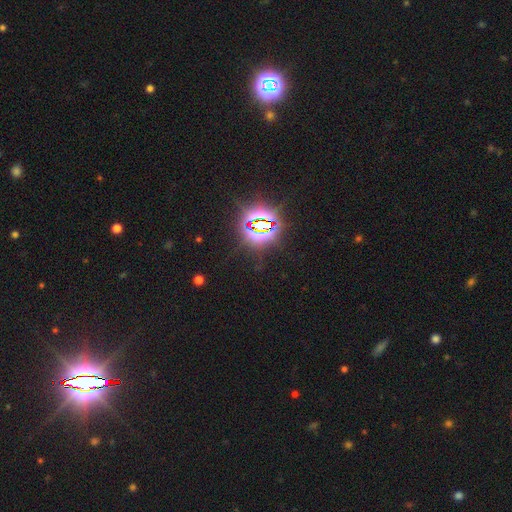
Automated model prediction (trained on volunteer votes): The model was most divided on "smooth or featured": star or artifact: 83%, smooth: 10%, featured or disk: 7%.